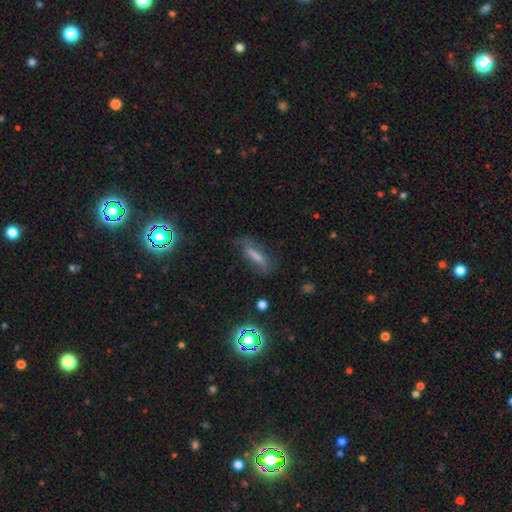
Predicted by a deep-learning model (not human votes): This is possibly a smooth galaxy (46%). Merging: likely none (69%).